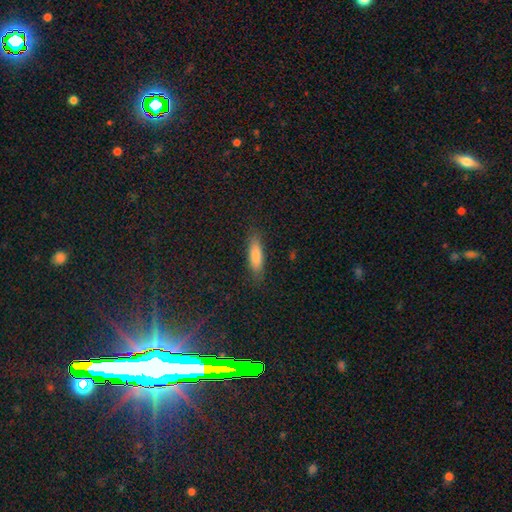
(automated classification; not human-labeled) smooth_or_featured: smooth (p=0.79) [alt: featured or disk p=0.12]
how_rounded: cigar-shaped (p=0.59) [alt: in between p=0.39]
merging: none (p=0.86) [alt: minor disturbance p=0.11]